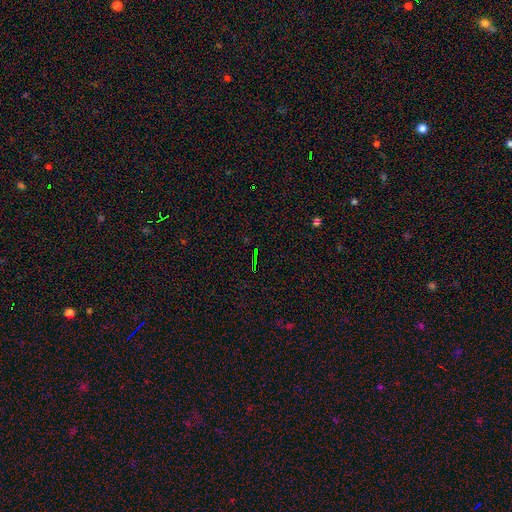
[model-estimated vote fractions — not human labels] This appears to be a star or artifact, not a galaxy (74%).